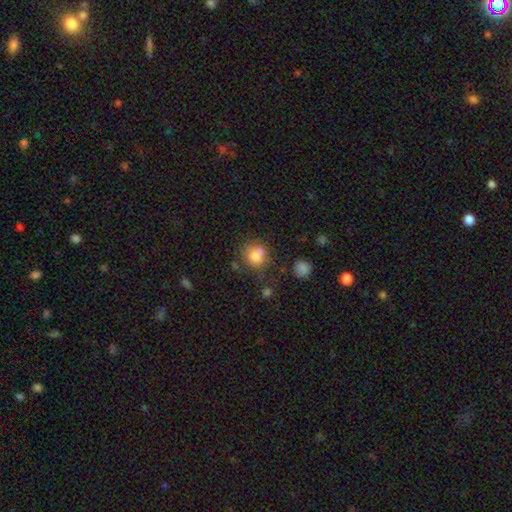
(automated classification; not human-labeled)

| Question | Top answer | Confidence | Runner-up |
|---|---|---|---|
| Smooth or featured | smooth | 77% | star or artifact (12%) |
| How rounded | round | 79% | in between (20%) |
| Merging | none | 54% | merger (22%) |